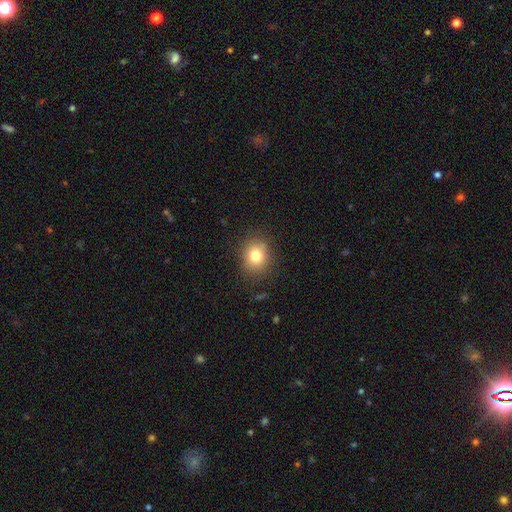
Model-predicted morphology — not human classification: This appears to be a smooth galaxy with no disk features (79%) that is round (66%). Merging: none (84%).